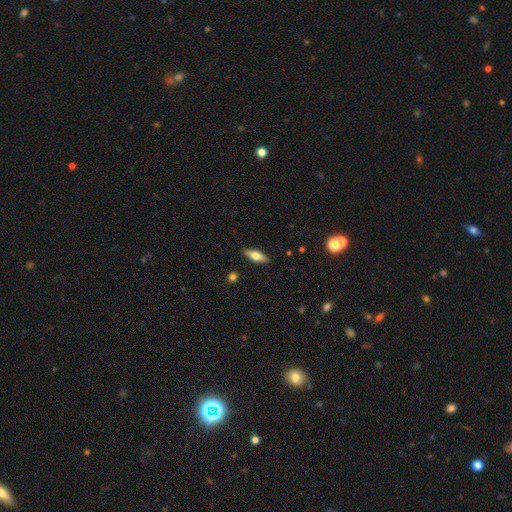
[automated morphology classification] Q: Smooth or featured?
A: smooth (51%); runner-up: featured or disk (42%)
Q: How rounded?
A: in between (57%); runner-up: cigar-shaped (40%)
Q: Merging?
A: none (89%); runner-up: minor disturbance (8%)